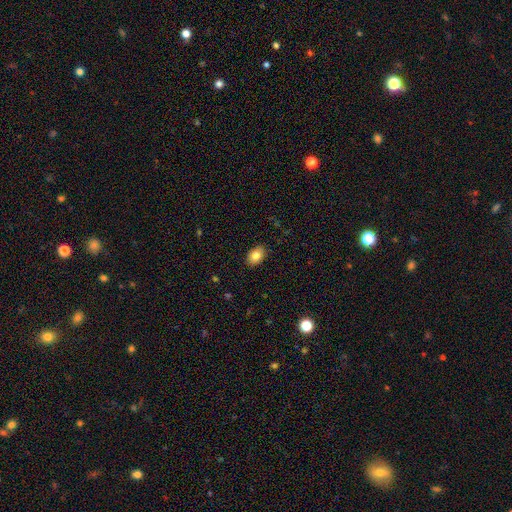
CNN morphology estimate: A smooth galaxy with no disk features (82%) that is in between round and cigar-shaped (84%). Merging: none (88%).